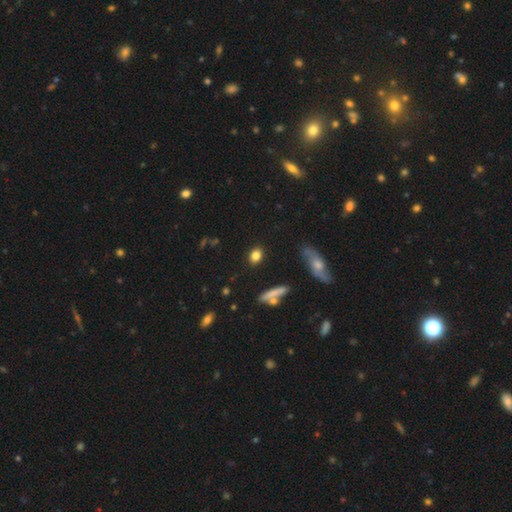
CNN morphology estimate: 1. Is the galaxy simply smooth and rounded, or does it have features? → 83% smooth, 9% star or artifact, 8% featured or disk.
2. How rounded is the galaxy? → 61% in between, 34% round, 6% cigar-shaped.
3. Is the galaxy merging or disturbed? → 85% none, 9% minor disturbance, 3% major disturbance, 2% merger.